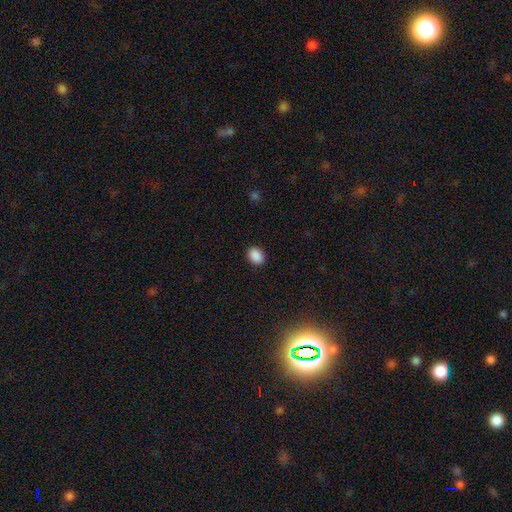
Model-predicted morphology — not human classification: Smooth or featured: smooth — 90% (star or artifact — 8%)
How rounded: in between — 67% (round — 32%)
Merging: none — 90% (minor disturbance — 7%)